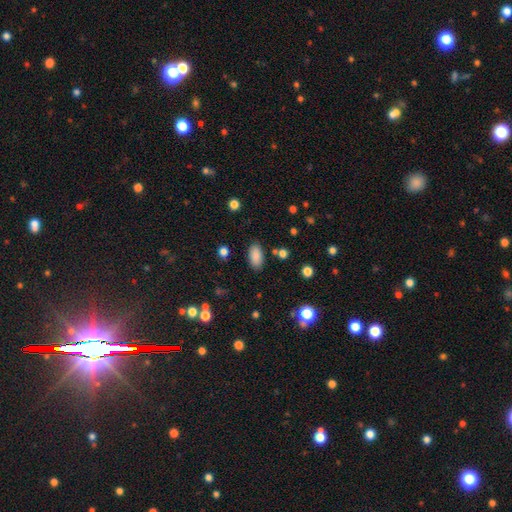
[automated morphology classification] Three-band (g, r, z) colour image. It shows a smooth galaxy with no disk features (87%) that is in between round and cigar-shaped (93%). Merging: none (84%).